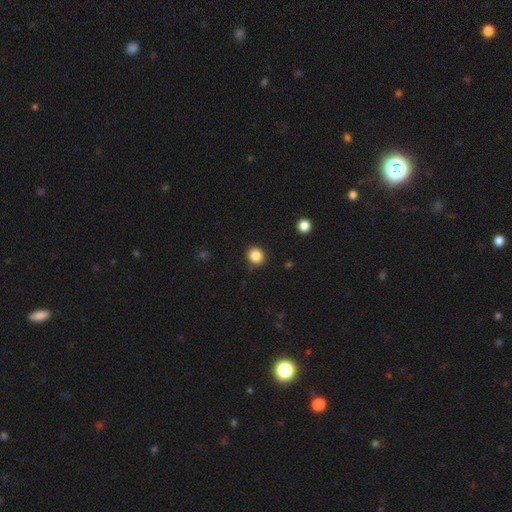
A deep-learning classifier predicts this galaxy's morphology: A smooth galaxy with no disk features (85%) that is round (87%).

Vote fractions:
- Smooth or featured? smooth: 85% / star or artifact: 11% / featured or disk: 4%
- How rounded? round: 87% / in between: 12% / cigar-shaped: 1%
- Merging? none: 87% / minor disturbance: 9% / major disturbance: 2% / merger: 2%